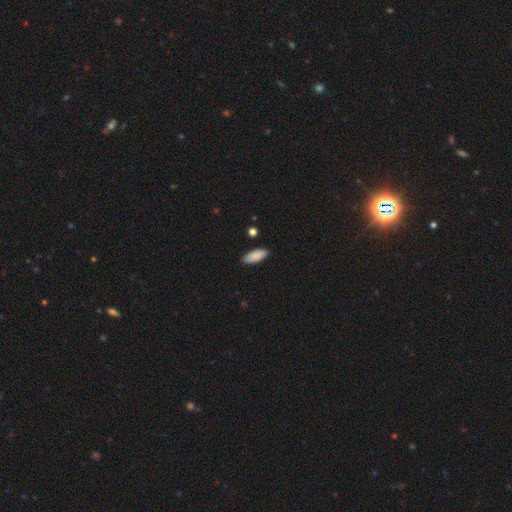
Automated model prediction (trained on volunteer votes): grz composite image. It shows a smooth galaxy with no disk features (89%) that is in between round and cigar-shaped (76%). Merging: none (86%).